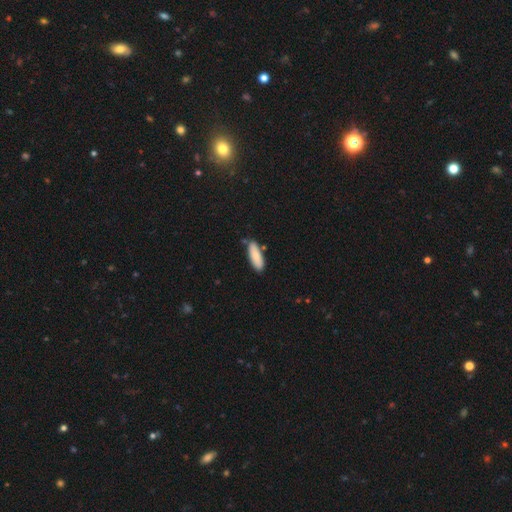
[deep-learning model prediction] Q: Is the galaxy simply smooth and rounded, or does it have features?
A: smooth — 84%.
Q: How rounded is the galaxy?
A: in between — 60%.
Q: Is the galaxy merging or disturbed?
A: none — 77%.